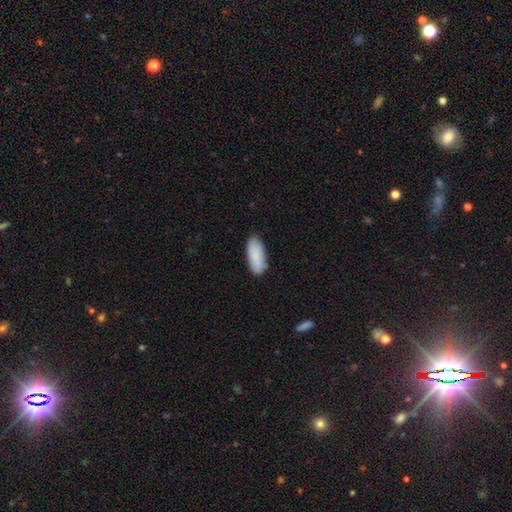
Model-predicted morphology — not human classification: This is clearly a smooth galaxy (88%). How rounded: clearly in between (82%). Merging: clearly none (80%).